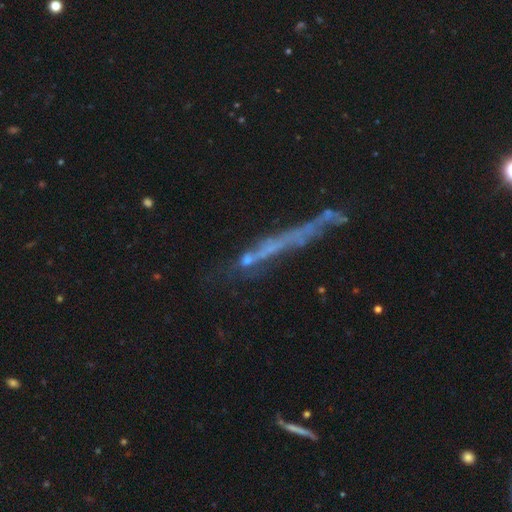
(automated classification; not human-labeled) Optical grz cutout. It shows a featured or disk galaxy (56%) viewed edge-on (71%). Merging: none (51%).